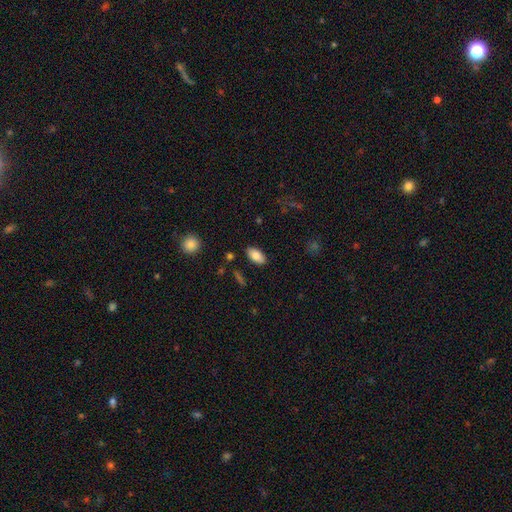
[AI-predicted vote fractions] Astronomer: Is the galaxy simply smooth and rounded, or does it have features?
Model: smooth — 82%.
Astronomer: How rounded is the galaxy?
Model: in between — 93%.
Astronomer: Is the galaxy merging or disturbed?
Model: none — 87%.